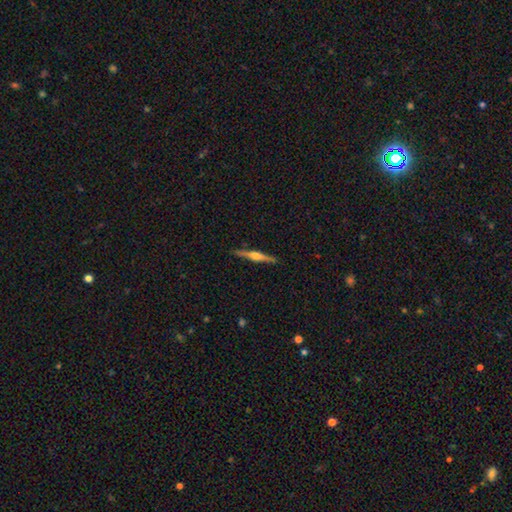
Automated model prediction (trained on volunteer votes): The model was most divided on "smooth or featured": featured or disk: 76%, smooth: 18%, star or artifact: 5%. More confident: edge-on disk — yes (98%); merging — none (91%); edge-on bulge — rounded (85%).